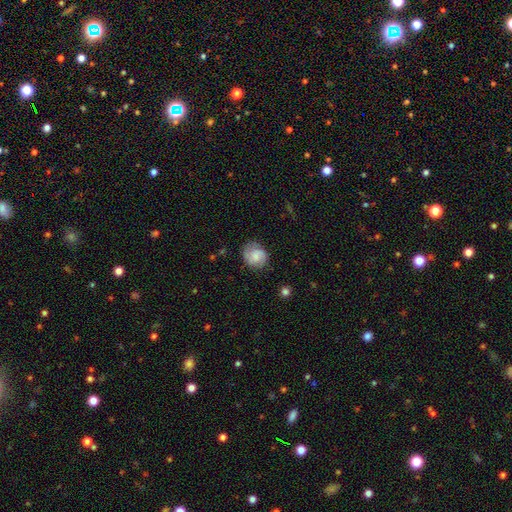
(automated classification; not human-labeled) smooth_or_featured: featured or disk (p=0.49) [alt: smooth p=0.43]
merging: none (p=0.71) [alt: minor disturbance p=0.21]